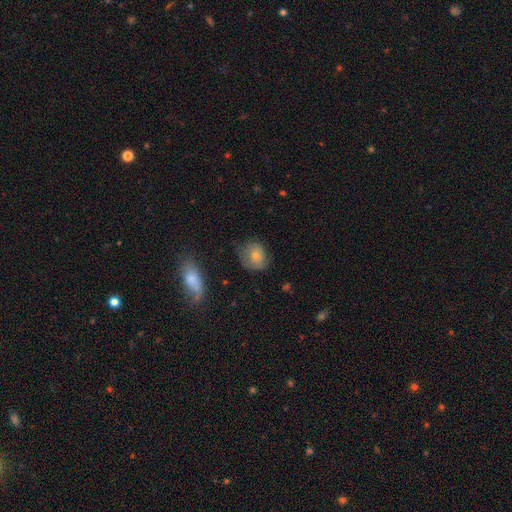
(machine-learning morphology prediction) This appears to be a smooth galaxy with no disk features (71%) that is round (64%). Merging: none (58%).